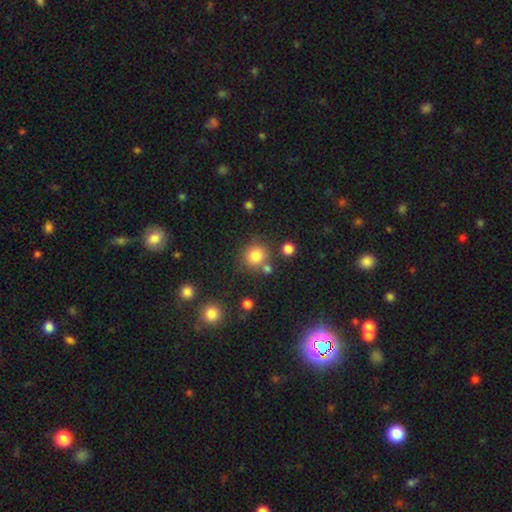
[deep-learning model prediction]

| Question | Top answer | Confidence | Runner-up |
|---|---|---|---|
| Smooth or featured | smooth | 81% | star or artifact (13%) |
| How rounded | round | 85% | in between (15%) |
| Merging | none | 72% | merger (13%) |